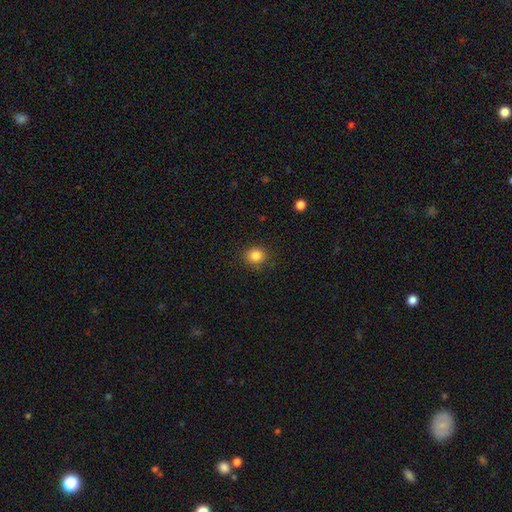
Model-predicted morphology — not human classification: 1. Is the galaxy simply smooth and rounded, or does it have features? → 85% smooth, 11% star or artifact, 4% featured or disk.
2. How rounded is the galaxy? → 86% round, 13% in between, 1% cigar-shaped.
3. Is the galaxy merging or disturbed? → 89% none, 8% minor disturbance, 2% major disturbance, 1% merger.